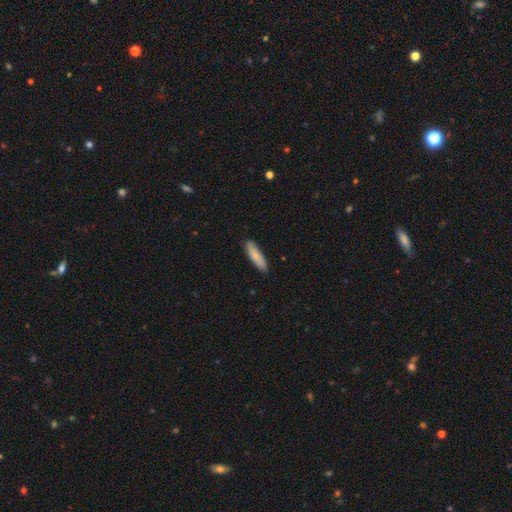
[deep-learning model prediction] Smooth or featured? Predicted: smooth (p=0.81). How rounded? Predicted: cigar-shaped (p=0.64). Merging? Predicted: none (p=0.80).